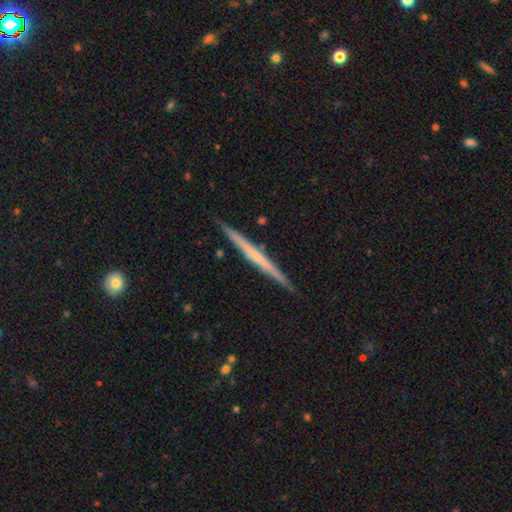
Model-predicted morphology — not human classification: Q: Smooth or featured?
A: featured or disk (59%); runner-up: smooth (36%)
Q: Edge-on disk?
A: yes (98%); runner-up: no (2%)
Q: Edge-on bulge?
A: none (82%); runner-up: rounded (13%)
Q: Merging?
A: none (91%); runner-up: minor disturbance (6%)